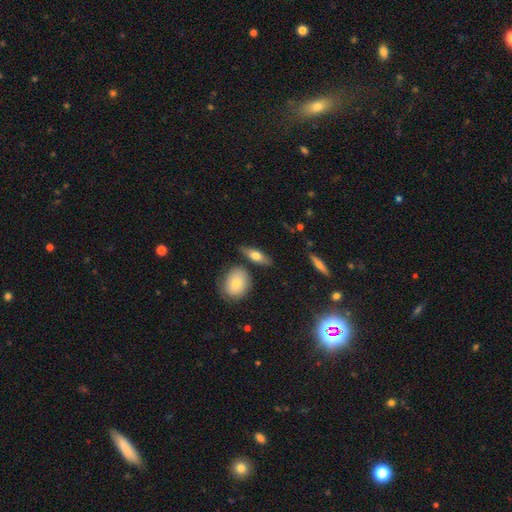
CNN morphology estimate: The model was most divided on "smooth or featured": smooth: 59%, featured or disk: 34%, star or artifact: 7%. More confident: merging — none (75%); how rounded — in between (64%).